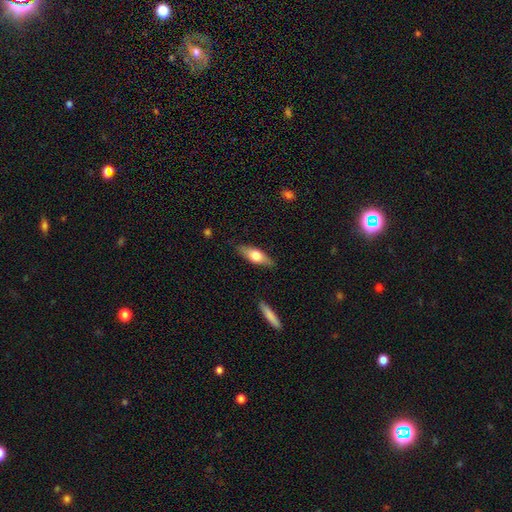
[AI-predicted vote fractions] Smooth or featured: smooth — 57% (featured or disk — 37%)
How rounded: in between — 57% (cigar-shaped — 41%)
Merging: none — 85% (minor disturbance — 11%)